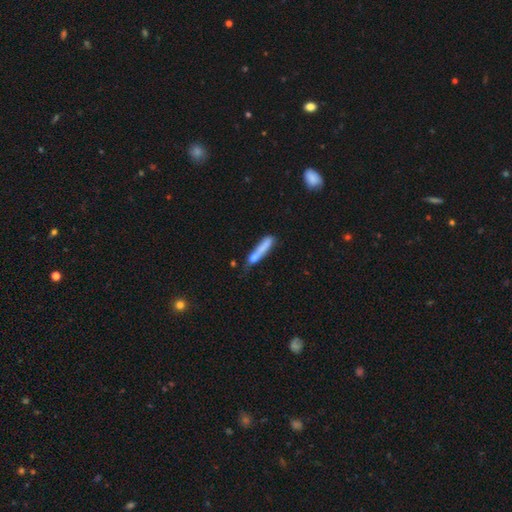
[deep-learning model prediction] Q: Smooth or featured?
A: smooth (67%); runner-up: featured or disk (24%)
Q: How rounded?
A: cigar-shaped (89%); runner-up: in between (9%)
Q: Merging?
A: none (49%); runner-up: minor disturbance (22%)